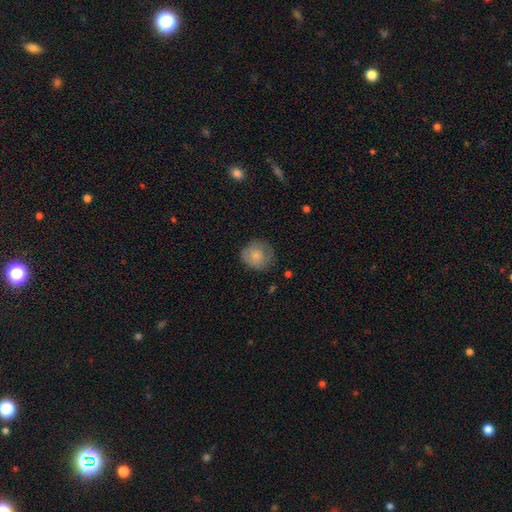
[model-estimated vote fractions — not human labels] This appears to be a smooth galaxy with no disk features (75%) that is round (85%). Merging: none (69%).